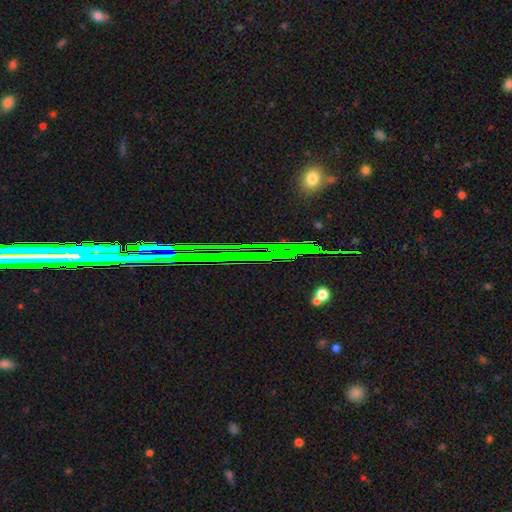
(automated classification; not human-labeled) smooth_or_featured: star or artifact (p=0.73) [alt: featured or disk p=0.14]